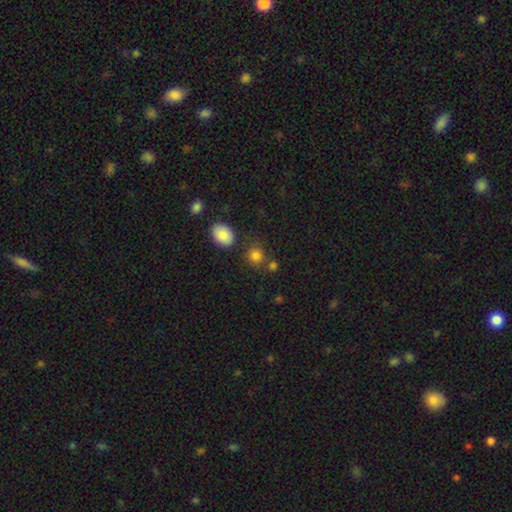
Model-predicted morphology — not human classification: The model was most divided on "how rounded": round: 80%, in between: 19%, cigar-shaped: 1%. More confident: smooth or featured — smooth (83%); merging — none (75%).